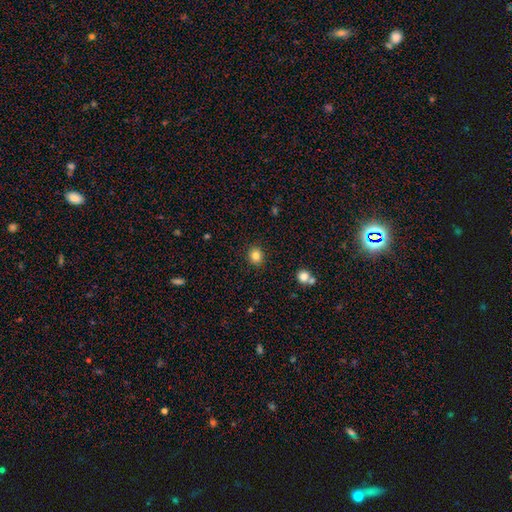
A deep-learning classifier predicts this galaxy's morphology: Smooth or featured: smooth — 83% (star or artifact — 11%)
How rounded: round — 77% (in between — 22%)
Merging: none — 90% (minor disturbance — 7%)